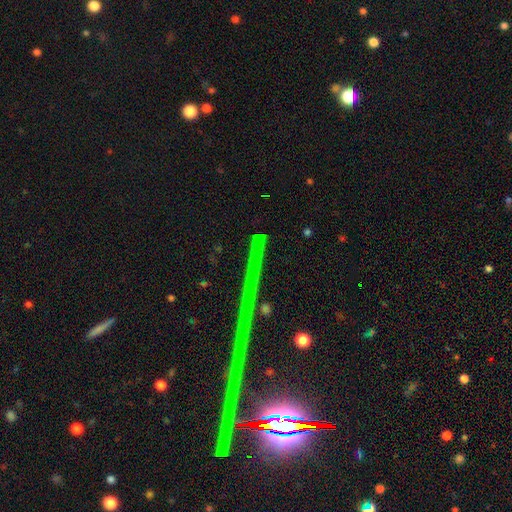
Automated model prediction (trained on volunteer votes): A star or artifact, not a galaxy (72%).

Vote fractions:
- Smooth or featured? star or artifact: 72% / featured or disk: 17% / smooth: 11%